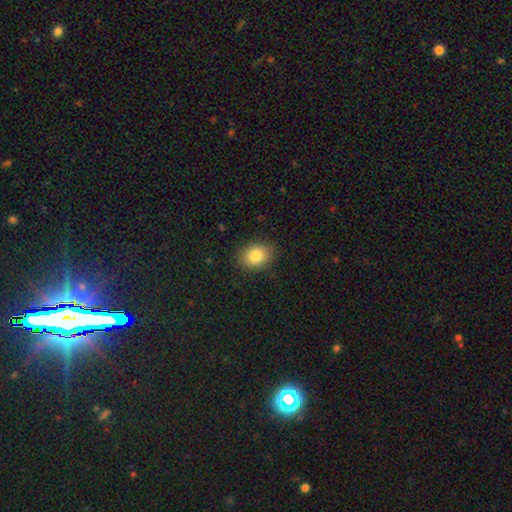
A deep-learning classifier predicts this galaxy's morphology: smooth 84%, star or artifact 9%, featured or disk 7%. Down the decision tree: how rounded — in between (53%); merging — none (88%).